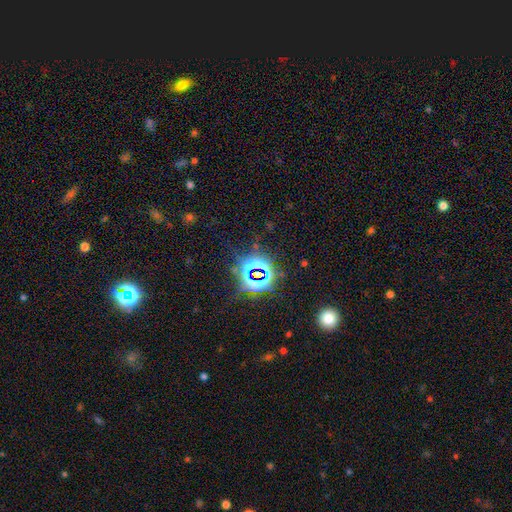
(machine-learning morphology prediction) smooth_or_featured: star or artifact (p=0.78) [alt: smooth p=0.14]